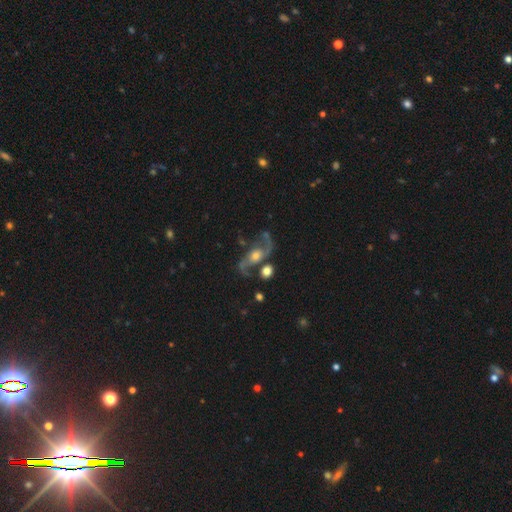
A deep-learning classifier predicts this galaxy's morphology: This is clearly a featured or disk galaxy (88%). It is clearly not viewed edge-on (96%). Bar: possibly no (57%). Spiral arm pattern: clearly yes (96%). Spiral arm count: clearly 2 (93%). Spiral winding: likely loose (60%). Central bulge: likely moderate (61%). Merging: likely none (67%).